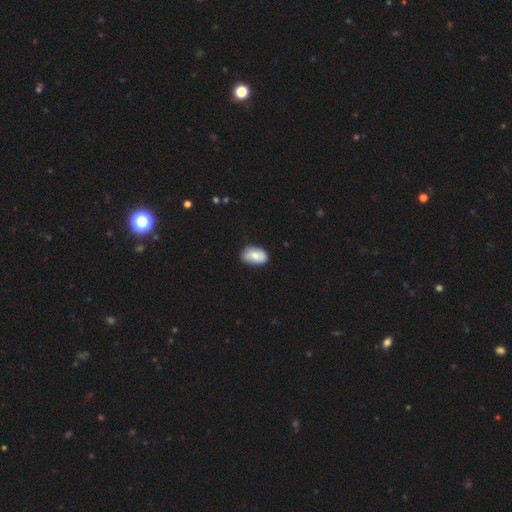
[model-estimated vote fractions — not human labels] A smooth galaxy with no disk features (79%) that is in between round and cigar-shaped (91%).

Vote fractions:
- Smooth or featured? smooth: 79% / featured or disk: 15% / star or artifact: 6%
- How rounded? in between: 91% / round: 7% / cigar-shaped: 1%
- Merging? none: 75% / minor disturbance: 20% / major disturbance: 3% / merger: 1%